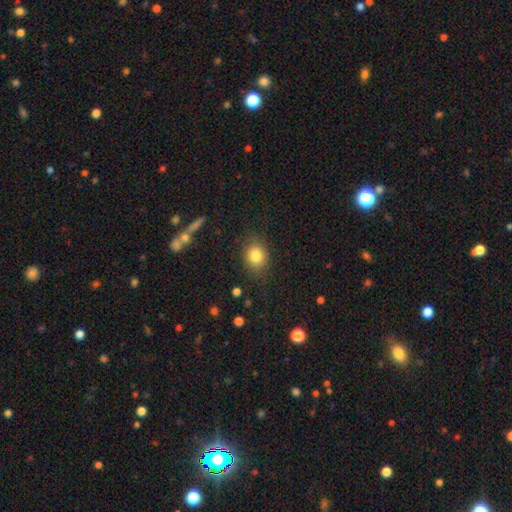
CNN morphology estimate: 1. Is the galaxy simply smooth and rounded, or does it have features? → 83% smooth, 10% star or artifact, 7% featured or disk.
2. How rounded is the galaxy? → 57% round, 41% in between, 1% cigar-shaped.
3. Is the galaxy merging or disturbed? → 80% none, 13% minor disturbance, 5% major disturbance, 2% merger.